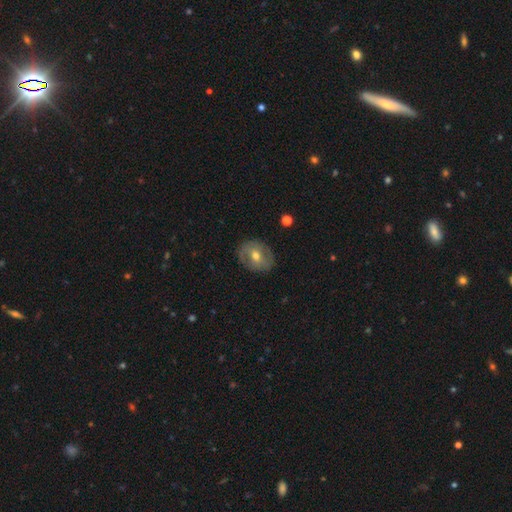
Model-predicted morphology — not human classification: Smooth or featured? Predicted: featured or disk (p=0.49). Merging? Predicted: none (p=0.82).